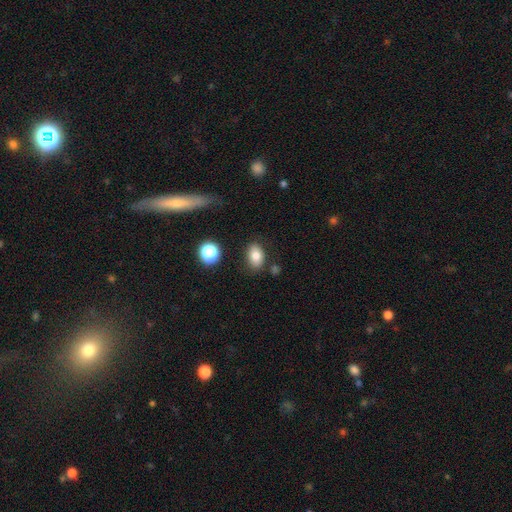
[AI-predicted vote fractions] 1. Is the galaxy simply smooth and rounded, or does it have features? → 81% smooth, 10% star or artifact, 9% featured or disk.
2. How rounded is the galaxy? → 85% in between, 14% round, 1% cigar-shaped.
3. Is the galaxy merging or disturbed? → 82% none, 12% minor disturbance, 4% merger, 3% major disturbance.